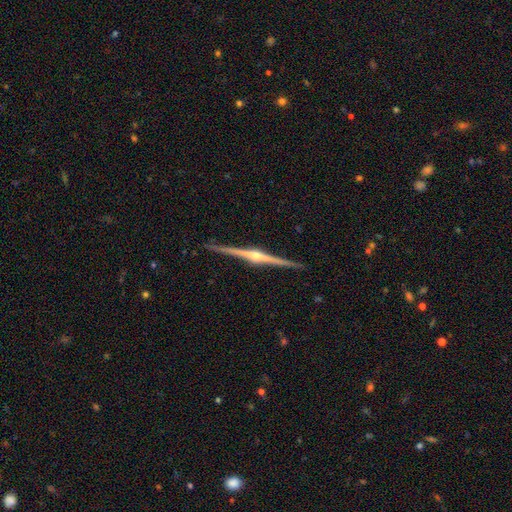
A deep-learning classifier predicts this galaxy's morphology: type=featured or disk (90%); edge-on=yes (99%); edge-on bulge=rounded (84%); merging=none (92%).